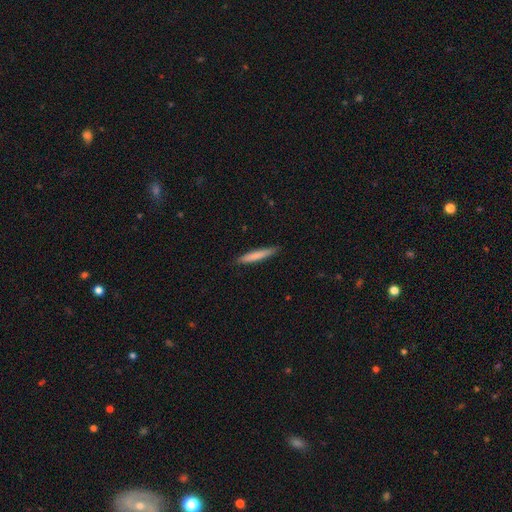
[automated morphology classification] smooth_or_featured: smooth (p=0.78) [alt: featured or disk p=0.17]
how_rounded: cigar-shaped (p=0.94) [alt: in between p=0.05]
merging: none (p=0.88) [alt: minor disturbance p=0.09]